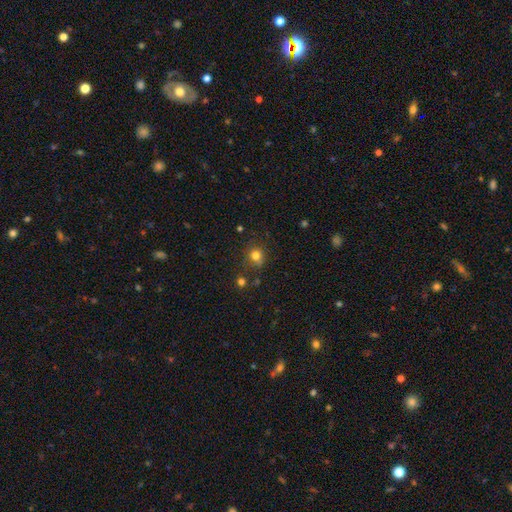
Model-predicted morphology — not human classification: type=smooth (78%); roundness=round (83%); merging=none (76%).